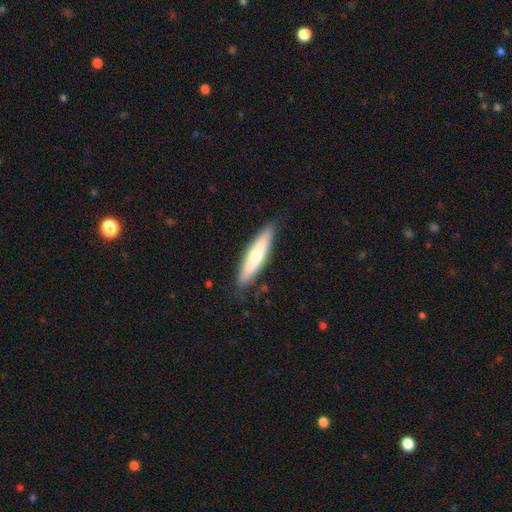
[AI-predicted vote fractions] Smooth or featured: smooth — 64% (featured or disk — 30%)
How rounded: cigar-shaped — 81% (in between — 17%)
Merging: none — 86% (minor disturbance — 10%)